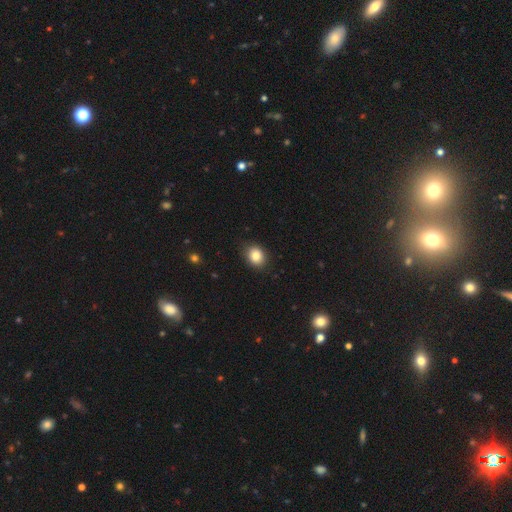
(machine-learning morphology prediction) This appears to be a smooth galaxy with no disk features (85%) that is round (52%). Merging: none (85%).